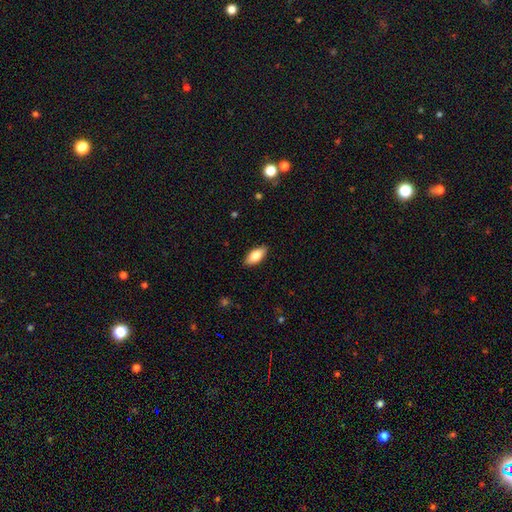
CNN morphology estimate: Smooth or featured? Predicted: smooth (p=0.74). How rounded? Predicted: in between (p=0.84). Merging? Predicted: none (p=0.88).